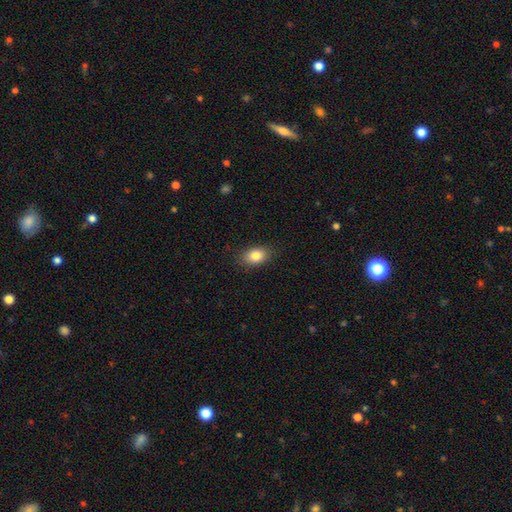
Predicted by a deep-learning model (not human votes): A smooth galaxy with no disk features (84%) that is in between round and cigar-shaped (83%).

Vote fractions:
- Smooth or featured? smooth: 84% / star or artifact: 8% / featured or disk: 8%
- How rounded? in between: 83% / round: 15% / cigar-shaped: 2%
- Merging? none: 86% / minor disturbance: 11% / major disturbance: 3% / merger: 1%